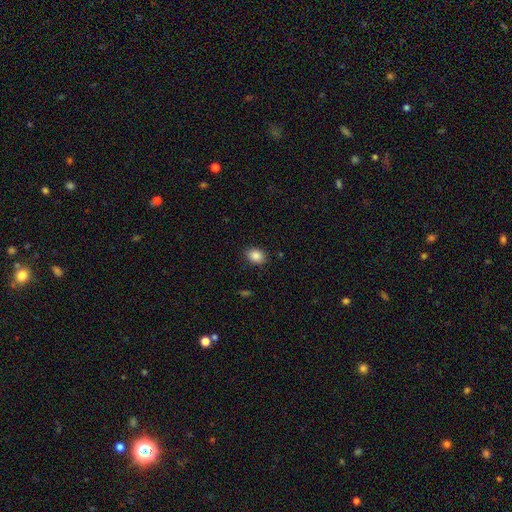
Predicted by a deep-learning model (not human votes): smooth 87%, star or artifact 9%, featured or disk 4%. Down the decision tree: how rounded — in between (59%); merging — none (87%).